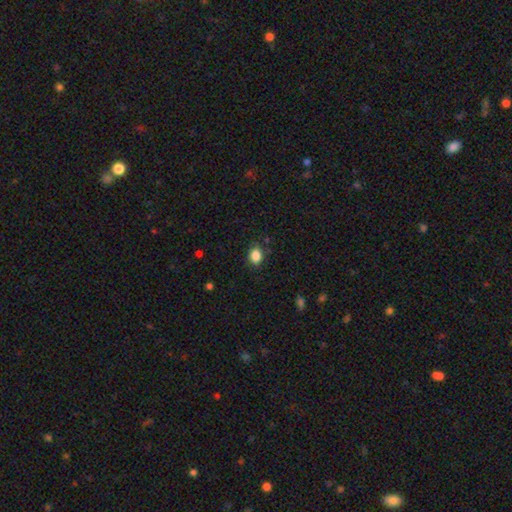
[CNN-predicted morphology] smooth 86%, star or artifact 9%, featured or disk 4%. Down the decision tree: how rounded — in between (65%); merging — none (82%).